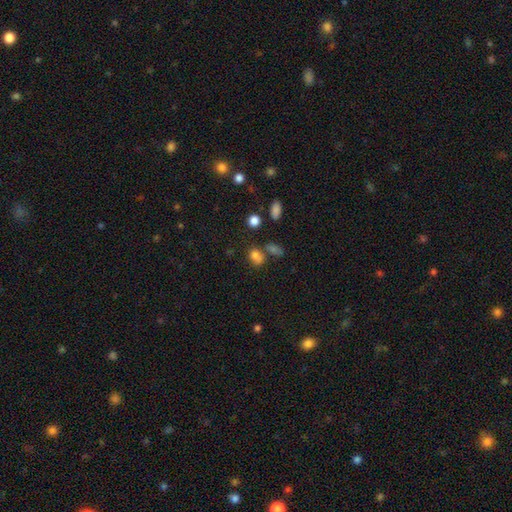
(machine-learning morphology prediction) Smooth or featured?
  - smooth: 75% *
  - star or artifact: 16%
  - featured or disk: 9%
How rounded?
  - in between: 50% *
  - round: 48%
  - cigar-shaped: 2%
Merging?
  - none: 47% *
  - merger: 31%
  - minor disturbance: 15%
  - major disturbance: 7%